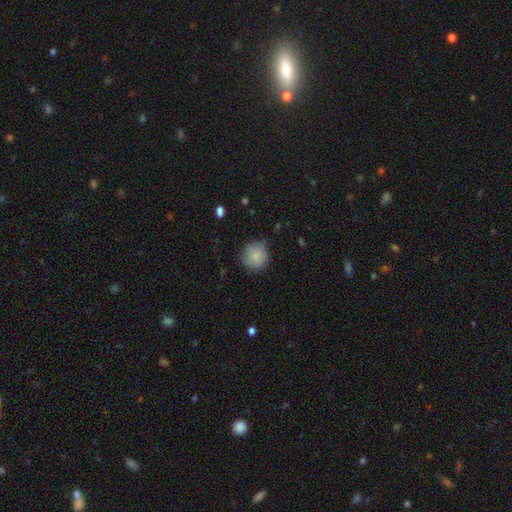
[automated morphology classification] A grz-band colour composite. It shows a smooth galaxy with no disk features (83%) that is round (92%). Merging: none (77%).